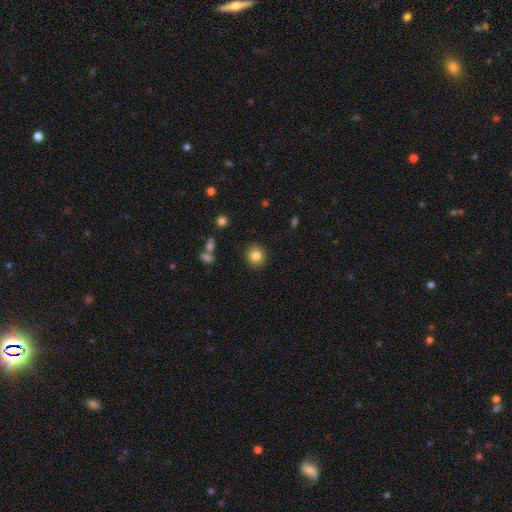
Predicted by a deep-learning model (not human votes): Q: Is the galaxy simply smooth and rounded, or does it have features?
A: smooth — 83%.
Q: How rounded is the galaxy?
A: round — 86%.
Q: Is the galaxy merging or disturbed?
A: none — 89%.